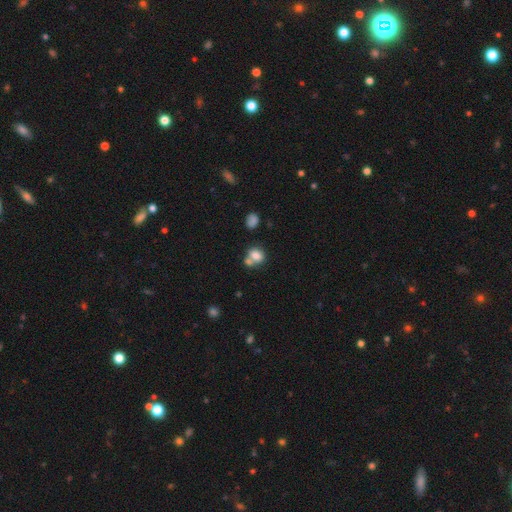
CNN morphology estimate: type=smooth (78%); roundness=in between (50%); merging=merger (43%).